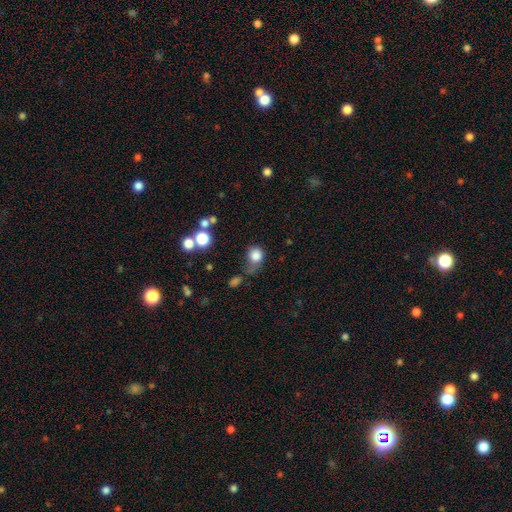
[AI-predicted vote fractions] Q: Smooth or featured?
A: smooth (81%); runner-up: star or artifact (11%)
Q: How rounded?
A: round (72%); runner-up: in between (27%)
Q: Merging?
A: none (39%); runner-up: minor disturbance (30%)